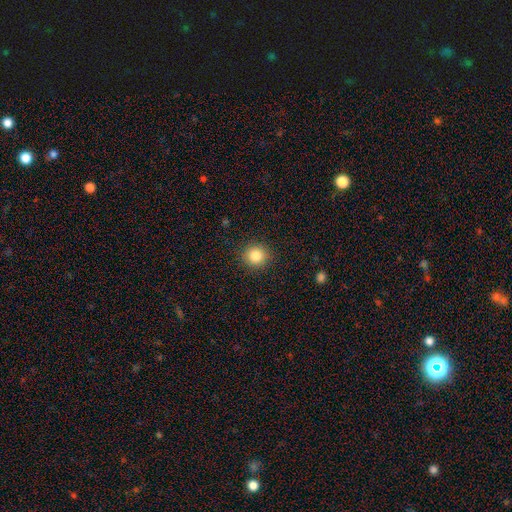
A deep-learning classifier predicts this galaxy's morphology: A smooth galaxy with no disk features (84%) that is round (91%). Merging: none (91%).